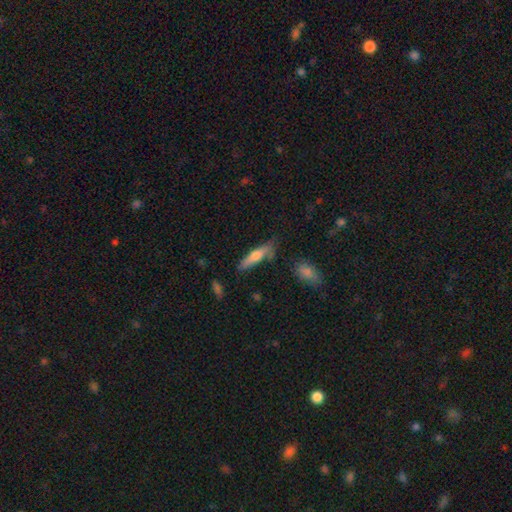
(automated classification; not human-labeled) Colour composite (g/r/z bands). It shows a smooth galaxy with no disk features (65%) that is cigar-shaped (75%). Merging: none (68%).